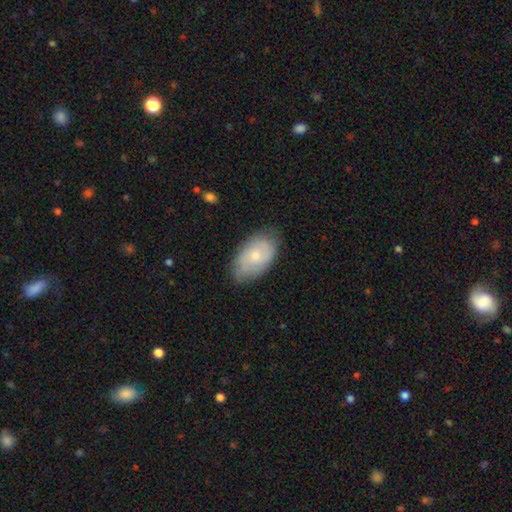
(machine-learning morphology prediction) This appears to be a smooth galaxy with no disk features (50%) that is in between round and cigar-shaped (92%). Merging: none (76%).